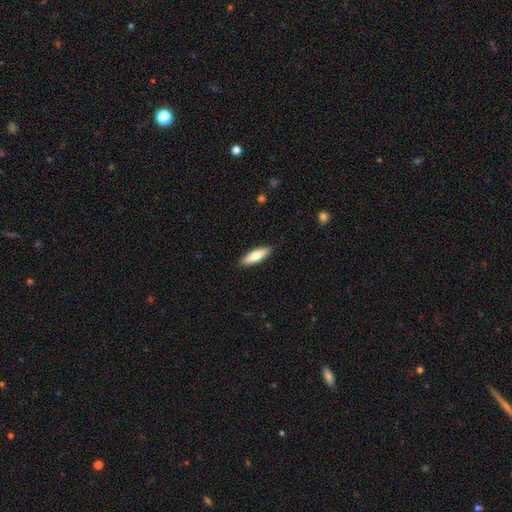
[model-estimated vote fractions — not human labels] Smooth or featured: smooth — 70% (featured or disk — 25%)
How rounded: cigar-shaped — 54% (in between — 44%)
Merging: none — 90% (minor disturbance — 8%)